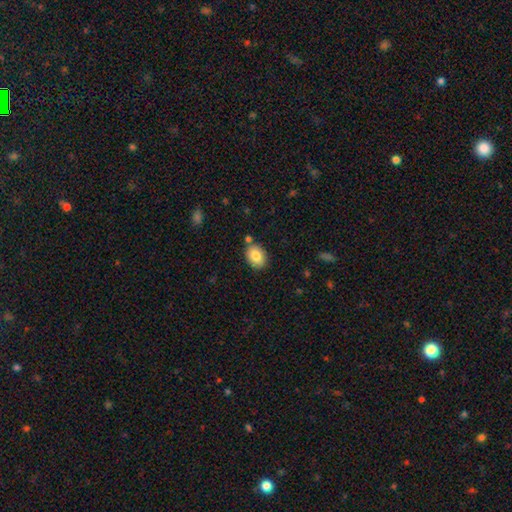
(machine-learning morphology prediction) The model was most divided on "how rounded": in between: 74%, round: 25%, cigar-shaped: 1%. More confident: smooth or featured — smooth (83%); merging — none (81%).